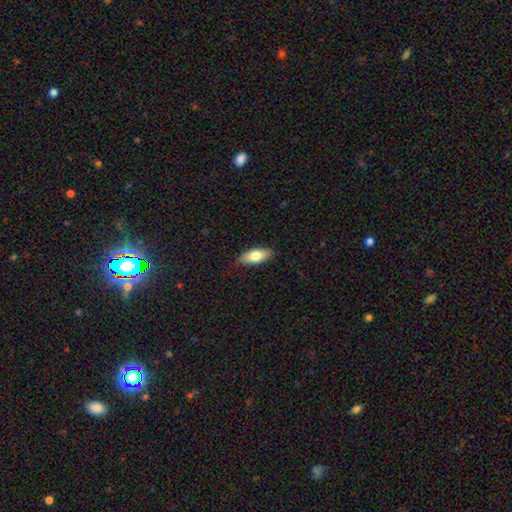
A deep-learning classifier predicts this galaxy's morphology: Overall: smooth (77%). How rounded: in between (81%). Merging: none (85%).